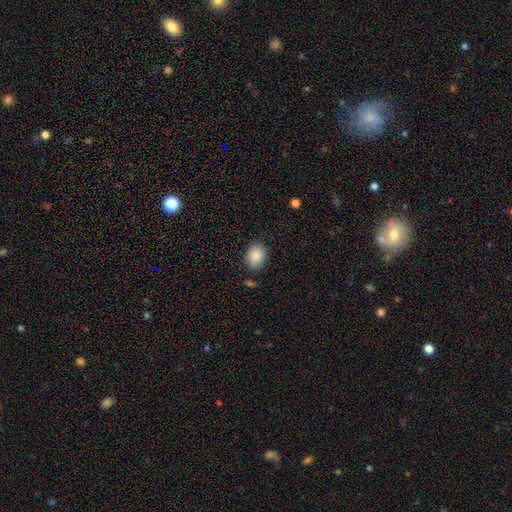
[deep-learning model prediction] smooth-or-featured: smooth: 87% | star or artifact: 7% | featured or disk: 6%
  how-rounded: in between: 68% | round: 31% | cigar-shaped: 1%
  merging: none: 84% | minor disturbance: 11% | major disturbance: 3% | merger: 2%